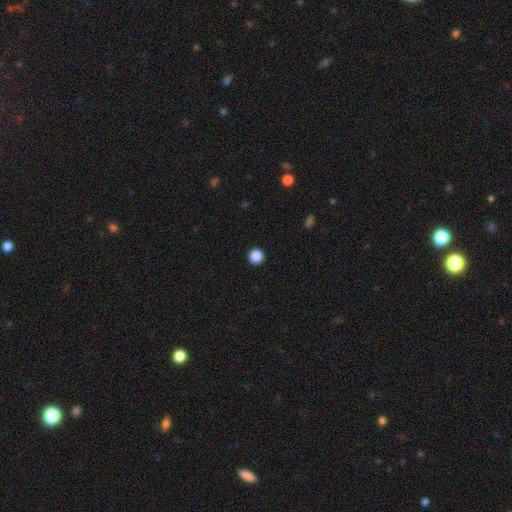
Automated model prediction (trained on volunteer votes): smooth_or_featured: smooth (p=0.88) [alt: star or artifact p=0.10]
how_rounded: round (p=0.95) [alt: in between p=0.04]
merging: none (p=0.94) [alt: minor disturbance p=0.04]